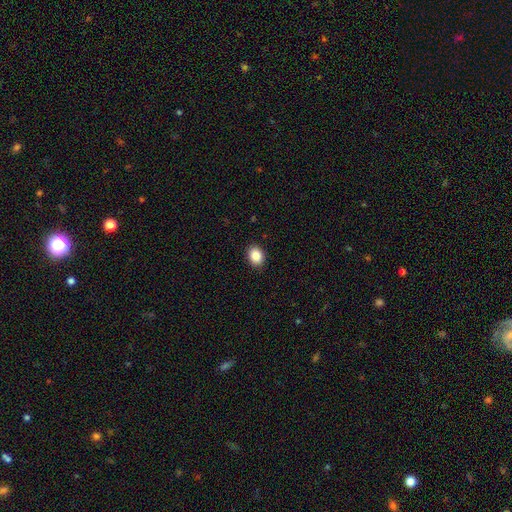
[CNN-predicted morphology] The model was most divided on "how rounded": in between: 56%, round: 43%, cigar-shaped: 1%. More confident: merging — none (90%); smooth or featured — smooth (86%).